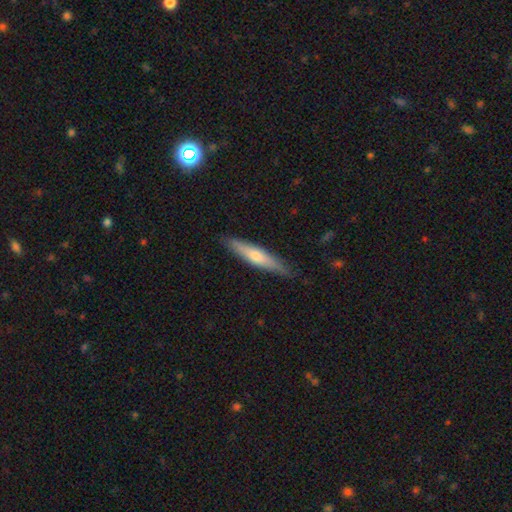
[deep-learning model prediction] Q: Smooth or featured?
A: featured or disk (49%); runner-up: smooth (45%)
Q: Merging?
A: none (87%); runner-up: minor disturbance (10%)